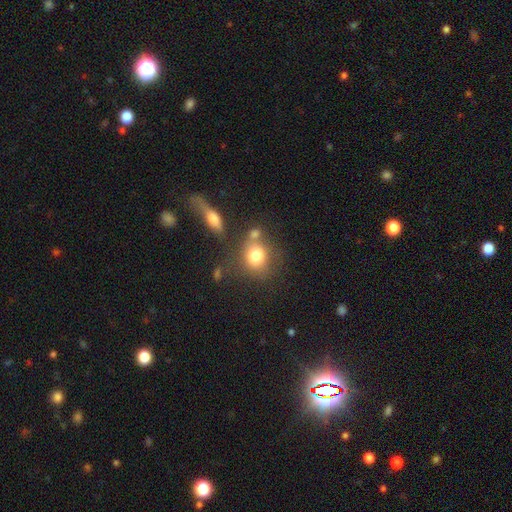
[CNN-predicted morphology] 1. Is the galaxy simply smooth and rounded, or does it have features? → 78% smooth, 11% featured or disk, 11% star or artifact.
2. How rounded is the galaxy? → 69% round, 29% in between, 1% cigar-shaped.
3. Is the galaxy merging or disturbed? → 55% none, 23% merger, 15% minor disturbance, 7% major disturbance.